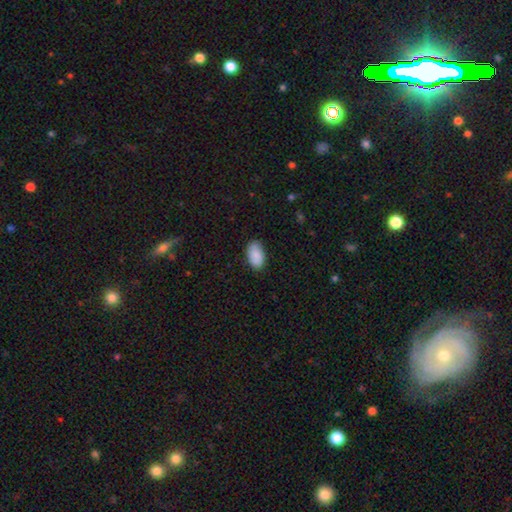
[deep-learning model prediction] smooth_or_featured: smooth (p=0.88) [alt: star or artifact p=0.06]
how_rounded: in between (p=0.94) [alt: round p=0.04]
merging: none (p=0.84) [alt: minor disturbance p=0.12]